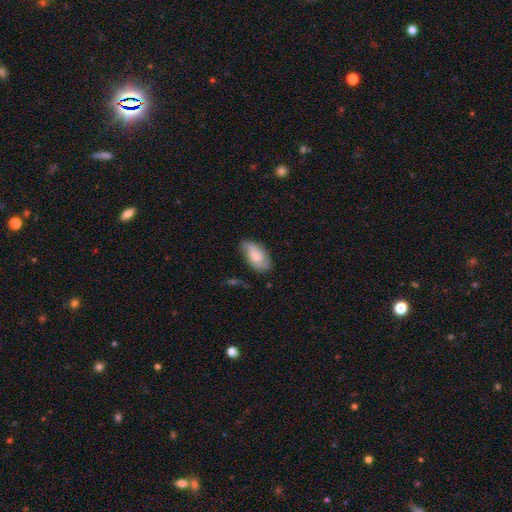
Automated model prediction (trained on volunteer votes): Overall: smooth (58%; featured or disk 35%). How rounded: in between (93%). Merging: none (63%; minor disturbance 29%).